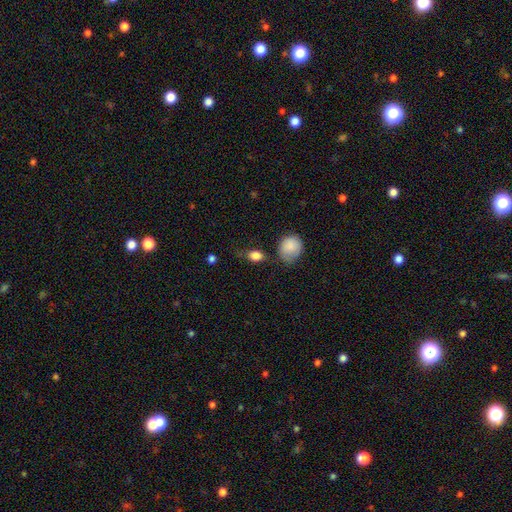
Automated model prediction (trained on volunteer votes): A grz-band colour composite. It shows a smooth galaxy with no disk features (85%) that is in between round and cigar-shaped (67%). Merging: none (59%).